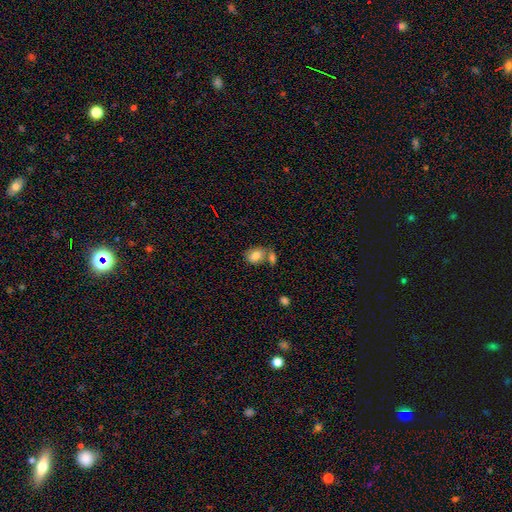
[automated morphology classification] Smooth or featured: smooth — 80% (featured or disk — 12%)
How rounded: in between — 74% (round — 25%)
Merging: none — 45% (merger — 36%)